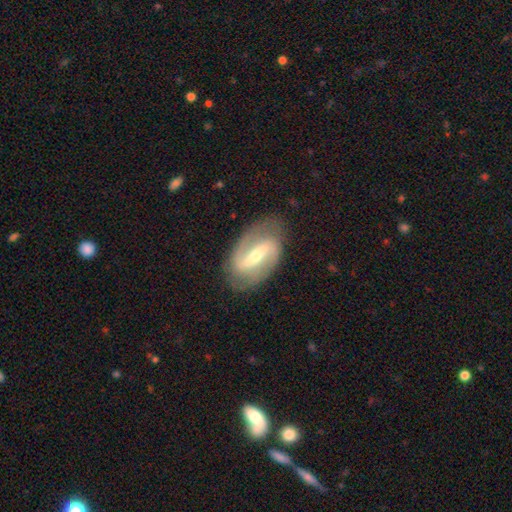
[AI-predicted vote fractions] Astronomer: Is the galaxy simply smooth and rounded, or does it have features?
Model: featured or disk — 85%.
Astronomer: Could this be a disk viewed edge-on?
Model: no — 95%.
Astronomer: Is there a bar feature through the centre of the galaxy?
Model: strong — 60%.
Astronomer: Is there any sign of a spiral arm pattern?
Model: yes — 91%.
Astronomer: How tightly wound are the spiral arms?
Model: medium — 40%, tied with loose at 40%.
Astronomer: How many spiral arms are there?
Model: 2 — 89%.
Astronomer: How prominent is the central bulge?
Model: small — 48% (runner-up: moderate, 47%).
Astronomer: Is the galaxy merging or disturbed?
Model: none — 80%.